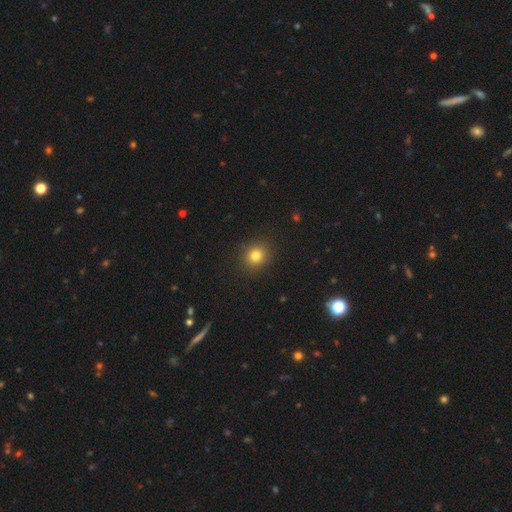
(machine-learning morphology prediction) type=smooth (80%); roundness=round (80%); merging=none (90%).